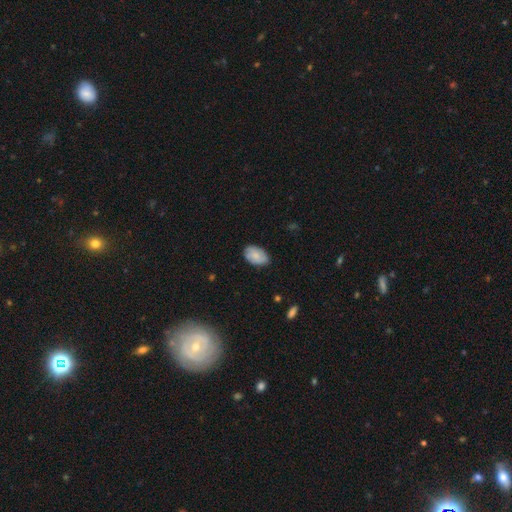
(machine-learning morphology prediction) Q: Smooth or featured?
A: smooth (73%); runner-up: featured or disk (20%)
Q: How rounded?
A: in between (91%); runner-up: round (8%)
Q: Merging?
A: none (79%); runner-up: minor disturbance (17%)